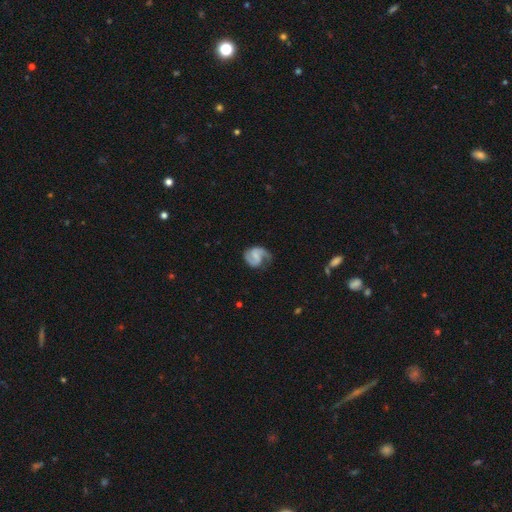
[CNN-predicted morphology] A featured or disk galaxy (80%) with a weak bar (46%), 2 (83%) medium (52%) spiral arms (96%) and no central bulge (41%). Merging: none (67%).